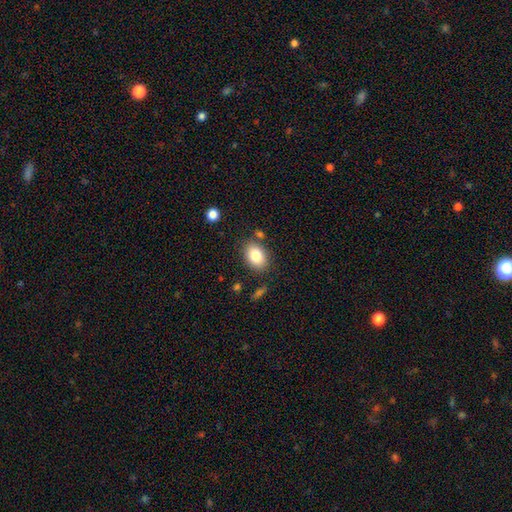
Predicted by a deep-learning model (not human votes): This is clearly a smooth galaxy (85%). How rounded: clearly in between (80%). Merging: clearly none (80%).